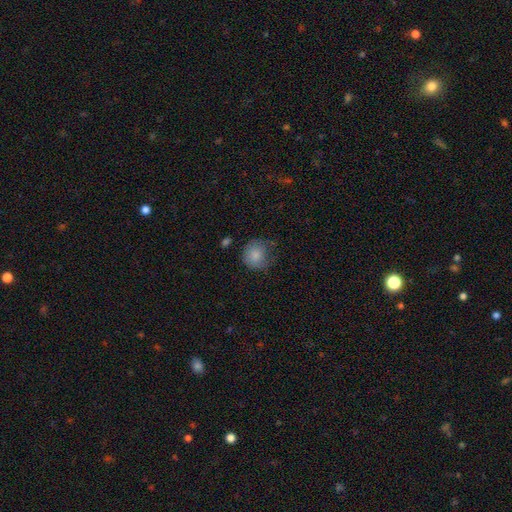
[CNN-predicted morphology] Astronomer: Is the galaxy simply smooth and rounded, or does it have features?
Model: smooth — 83%.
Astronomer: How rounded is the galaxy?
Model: round — 84%.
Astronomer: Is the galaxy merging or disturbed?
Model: none — 56%.